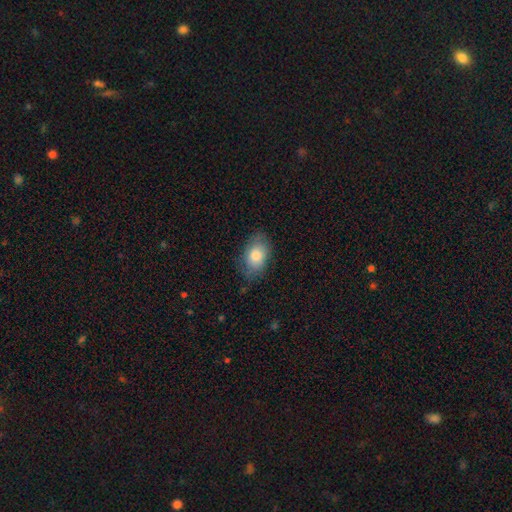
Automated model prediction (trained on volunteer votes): Smooth or featured: smooth — 79% (featured or disk — 14%)
How rounded: in between — 87% (round — 12%)
Merging: none — 74% (minor disturbance — 20%)